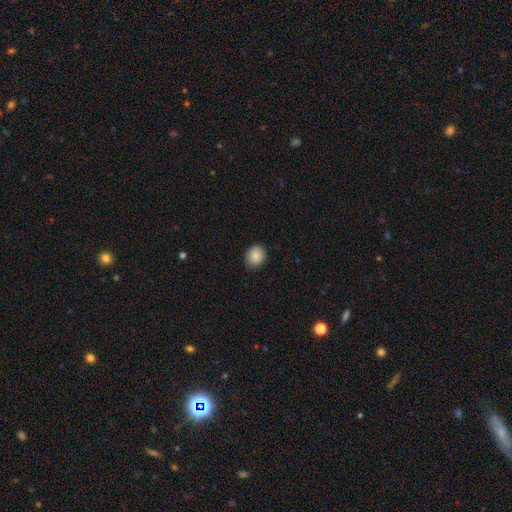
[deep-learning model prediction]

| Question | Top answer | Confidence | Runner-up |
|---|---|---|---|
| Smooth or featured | smooth | 87% | star or artifact (8%) |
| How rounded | round | 74% | in between (25%) |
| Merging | none | 89% | minor disturbance (8%) |